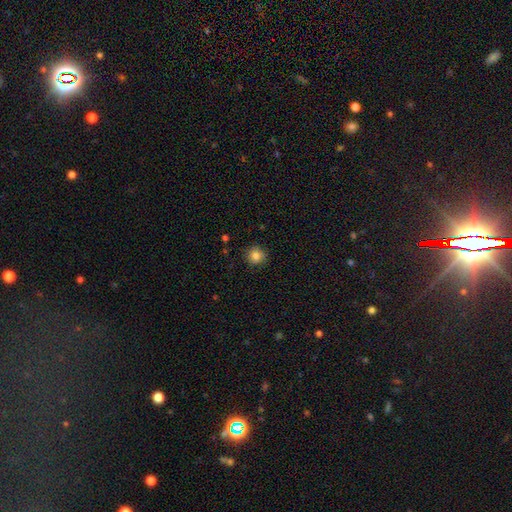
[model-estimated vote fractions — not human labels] smooth 82%, star or artifact 10%, featured or disk 8%. Down the decision tree: how rounded — round (89%); merging — none (81%).